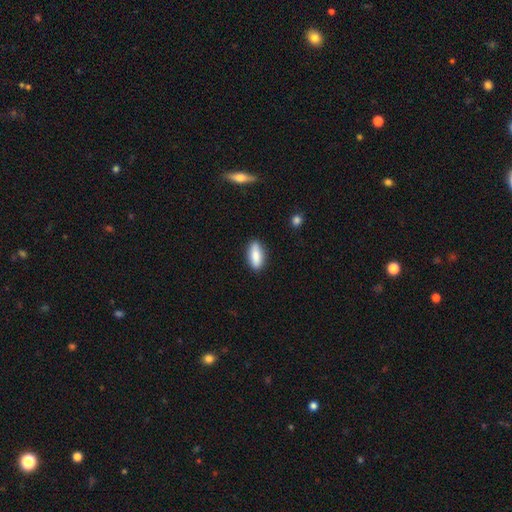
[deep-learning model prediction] Smooth or featured? Predicted: smooth (p=0.80). How rounded? Predicted: in between (p=0.71). Merging? Predicted: none (p=0.87).